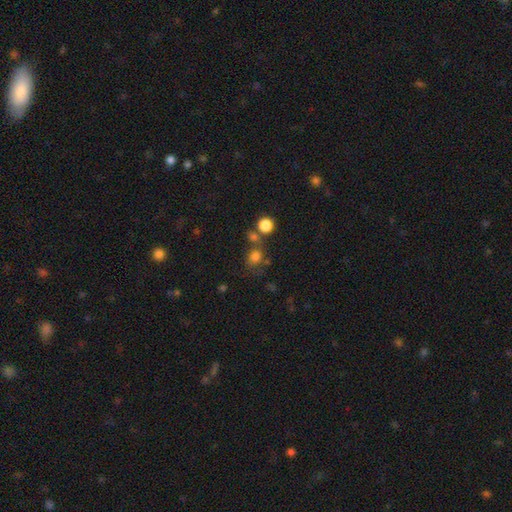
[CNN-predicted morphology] Smooth or featured? Predicted: smooth (p=0.75). How rounded? Predicted: round (p=0.70). Merging? Predicted: none (p=0.56).